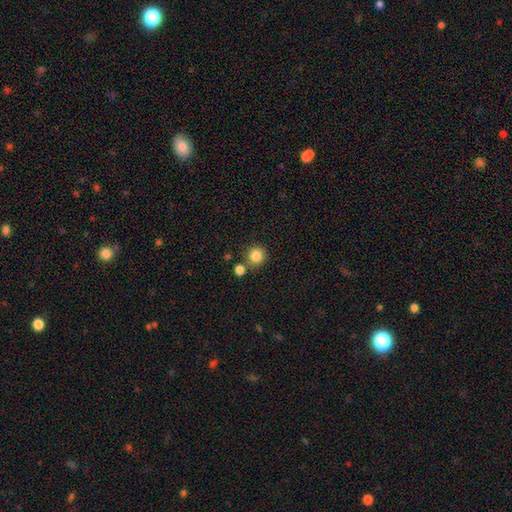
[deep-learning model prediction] smooth_or_featured: smooth (p=0.85) [alt: star or artifact p=0.11]
how_rounded: round (p=0.91) [alt: in between p=0.08]
merging: none (p=0.76) [alt: merger p=0.13]